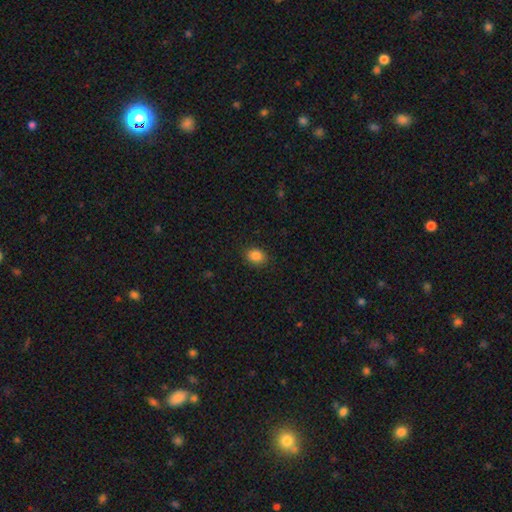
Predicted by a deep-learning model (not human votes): Morphology: type=smooth (86%); roundness=round (50%); merging=none (88%).